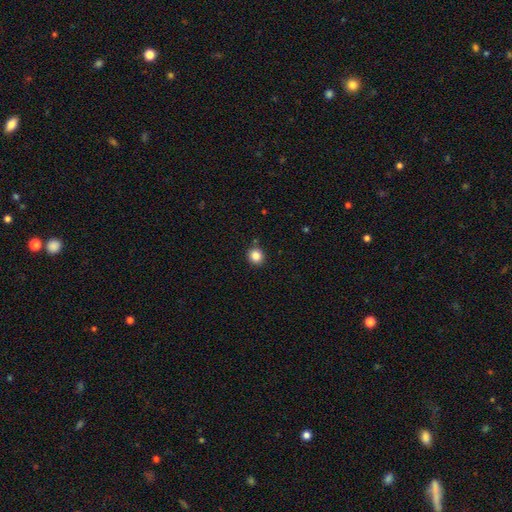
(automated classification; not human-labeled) Q: Smooth or featured?
A: smooth (85%); runner-up: star or artifact (11%)
Q: How rounded?
A: round (87%); runner-up: in between (12%)
Q: Merging?
A: none (87%); runner-up: minor disturbance (8%)